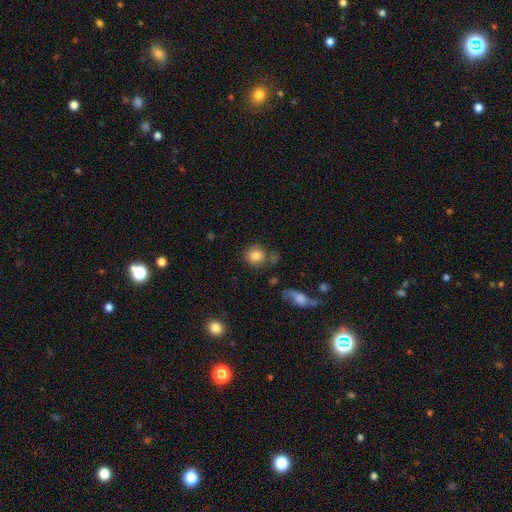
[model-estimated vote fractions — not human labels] Smooth or featured? smooth (83%)
How rounded? round (80%)
Merging? none (71%)